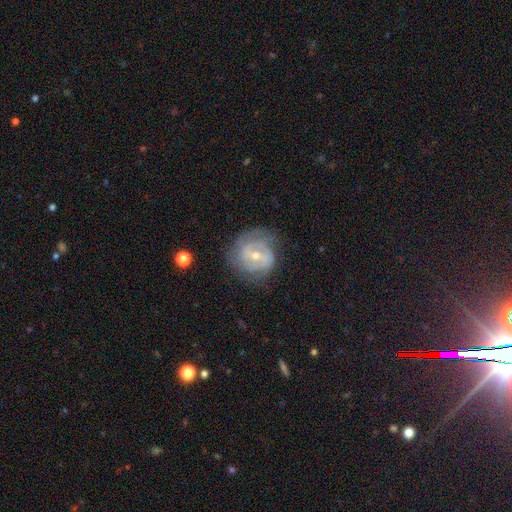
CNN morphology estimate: smooth-or-featured: featured or disk: 78% | smooth: 16% | star or artifact: 6%
  disk-edge-on: no: 97% | yes: 3%
    bar: weak: 50% | no: 31% | strong: 20%
    has-spiral-arms: yes: 86% | no: 14%
      spiral-winding: tight: 58% | medium: 32% | loose: 10%
      spiral-arm-count: 2: 45% | can't tell: 30% | 3: 13% | 1: 5% | 4: 3% | more than 4: 3%
    bulge-size: moderate: 51% | small: 46% | large: 2% | none: 1% | dominant: 1%
  merging: none: 70% | minor disturbance: 19% | major disturbance: 9% | merger: 1%